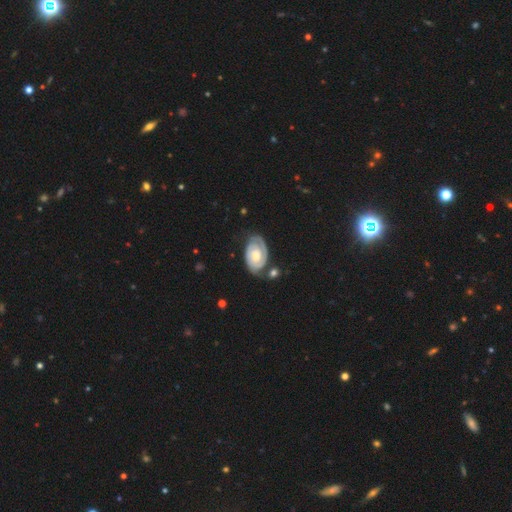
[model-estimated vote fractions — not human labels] Smooth or featured: featured or disk — 83% (smooth — 12%)
Edge-on disk: no — 96% (yes — 4%)
Bar: no — 66% (weak — 27%)
Spiral arms: yes — 94% (no — 6%)
Spiral winding: tight — 74% (medium — 21%)
Spiral arm count: 2 — 72% (can't tell — 11%)
Bulge size: moderate — 59% (small — 23%)
Merging: none — 67% (minor disturbance — 19%)